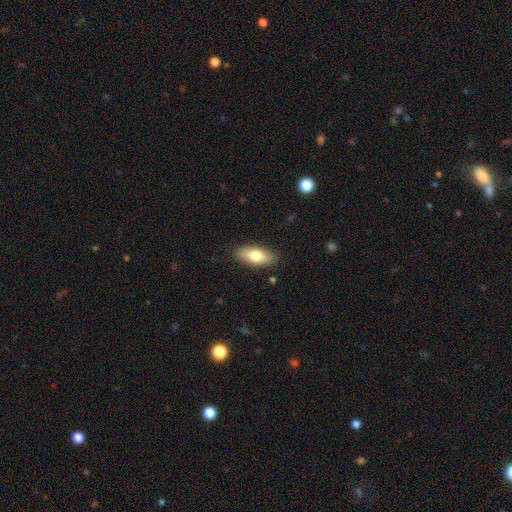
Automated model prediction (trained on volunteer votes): Smooth or featured: smooth — 75% (featured or disk — 18%)
How rounded: in between — 80% (cigar-shaped — 17%)
Merging: none — 88% (minor disturbance — 9%)